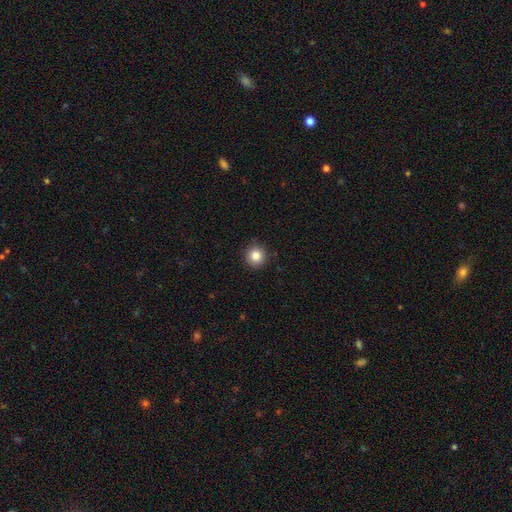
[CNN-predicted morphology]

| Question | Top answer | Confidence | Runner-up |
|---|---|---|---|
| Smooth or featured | smooth | 84% | star or artifact (10%) |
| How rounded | round | 94% | in between (5%) |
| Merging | none | 91% | minor disturbance (6%) |